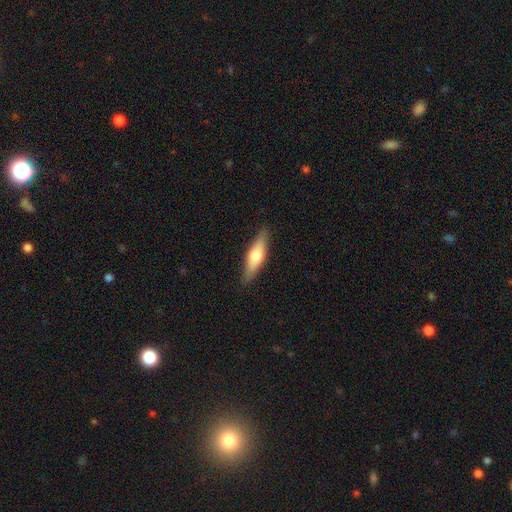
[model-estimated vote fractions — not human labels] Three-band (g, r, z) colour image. It shows a smooth galaxy with no disk features (58%) that is cigar-shaped (63%). Merging: none (87%).